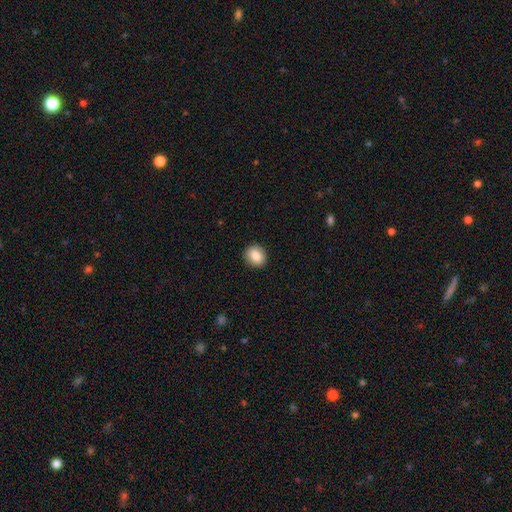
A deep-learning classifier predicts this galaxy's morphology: Smooth or featured: smooth — 85% (star or artifact — 8%)
How rounded: round — 64% (in between — 35%)
Merging: none — 90% (minor disturbance — 7%)